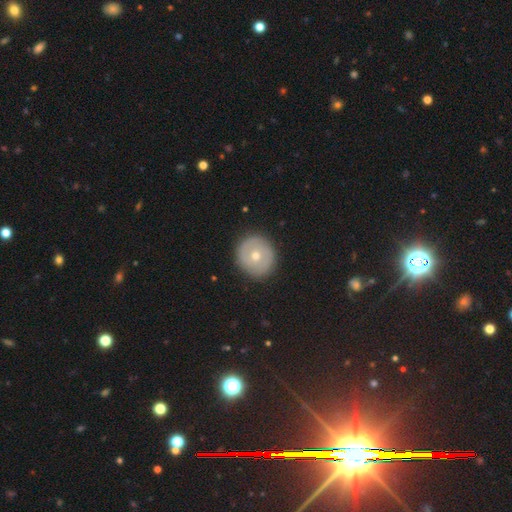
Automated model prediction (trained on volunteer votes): A smooth galaxy with no disk features (49%).

Vote fractions:
- Smooth or featured? smooth: 49% / featured or disk: 45% / star or artifact: 7%
- Merging? none: 88% / minor disturbance: 8% / major disturbance: 2% / merger: 1%